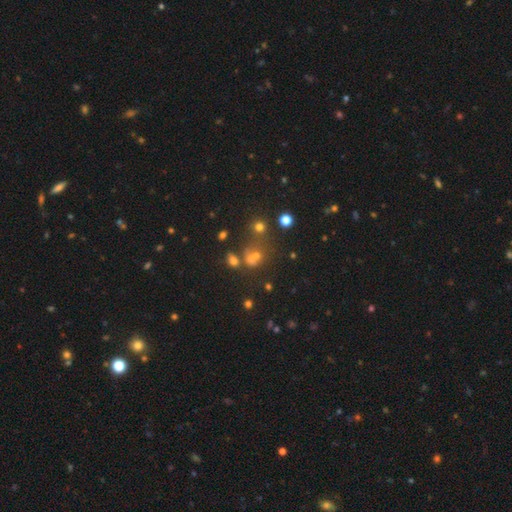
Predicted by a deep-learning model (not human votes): A smooth galaxy with no disk features (47%). Merging: none (59%).